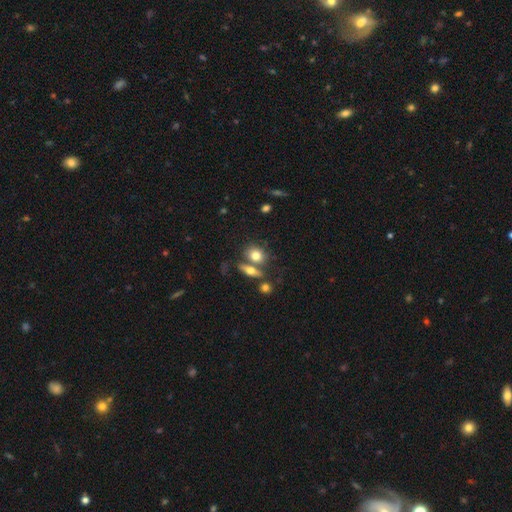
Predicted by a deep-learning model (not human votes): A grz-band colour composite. It shows a smooth galaxy with no disk features (76%) that is in between round and cigar-shaped (49%). Merging: none (53%).